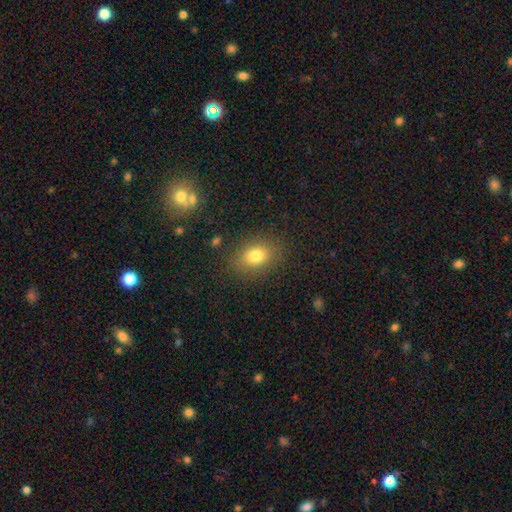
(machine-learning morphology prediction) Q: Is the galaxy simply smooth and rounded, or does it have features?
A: smooth — 78%.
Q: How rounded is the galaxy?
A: in between — 71%.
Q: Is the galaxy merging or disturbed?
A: none — 84%.